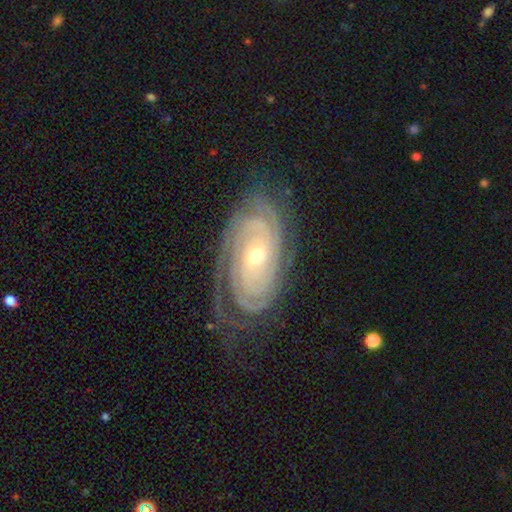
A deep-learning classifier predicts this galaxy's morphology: Smooth or featured? featured or disk (90%)
Edge-on disk? no (95%)
Bar? no (62%)
Spiral arms? yes (98%)
Spiral winding? tight (84%)
Spiral arm count? 2 (26%)
Bulge size? moderate (53%)
Merging? none (74%)